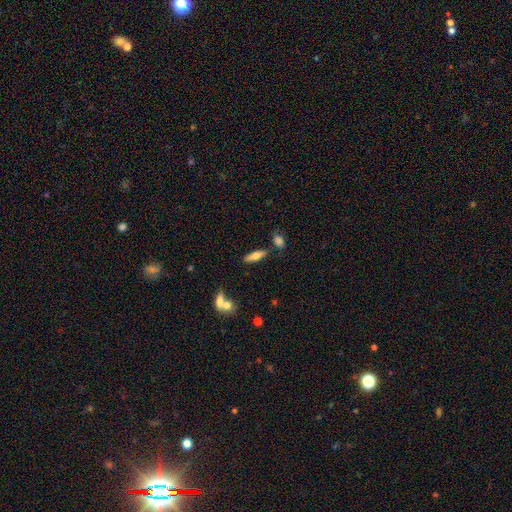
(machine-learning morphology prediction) Overall: smooth (61%; featured or disk 32%). How rounded: cigar-shaped (51%; in between 46%). Merging: none (78%).